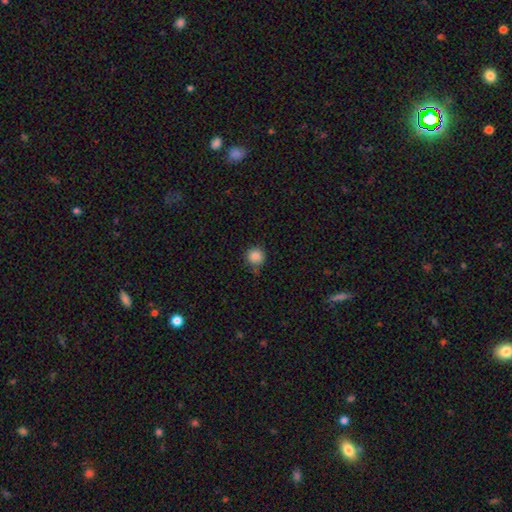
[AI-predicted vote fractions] Q: Smooth or featured?
A: smooth (86%); runner-up: star or artifact (11%)
Q: How rounded?
A: round (94%); runner-up: in between (5%)
Q: Merging?
A: none (78%); runner-up: minor disturbance (16%)